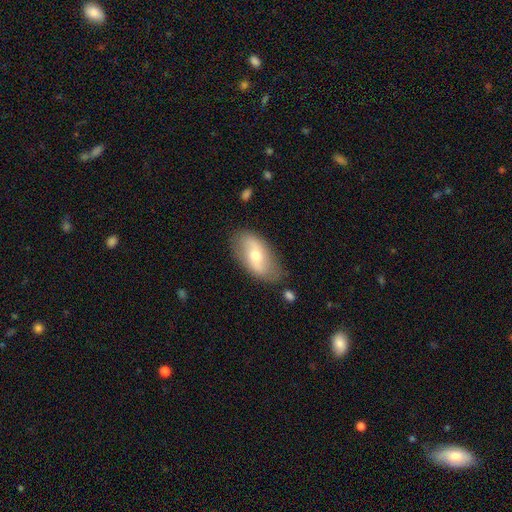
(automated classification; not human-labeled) smooth_or_featured: featured or disk (p=0.50) [alt: smooth p=0.44]
disk_edge_on: no (p=0.88) [alt: yes p=0.12]
merging: none (p=0.79) [alt: minor disturbance p=0.15]